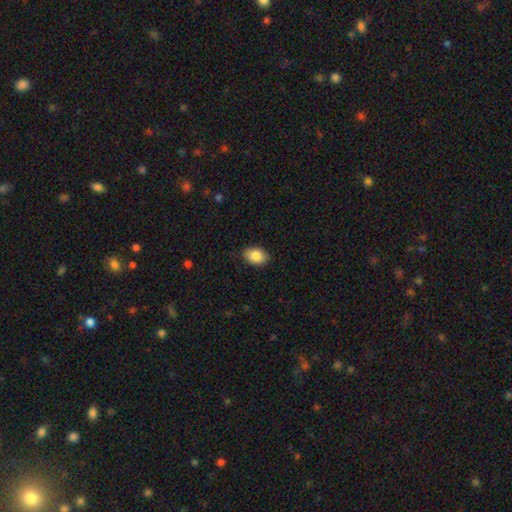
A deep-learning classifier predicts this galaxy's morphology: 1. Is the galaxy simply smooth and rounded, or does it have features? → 86% smooth, 7% star or artifact, 7% featured or disk.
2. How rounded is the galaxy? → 84% in between, 15% round, 1% cigar-shaped.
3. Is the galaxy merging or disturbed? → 87% none, 10% minor disturbance, 2% major disturbance, 1% merger.